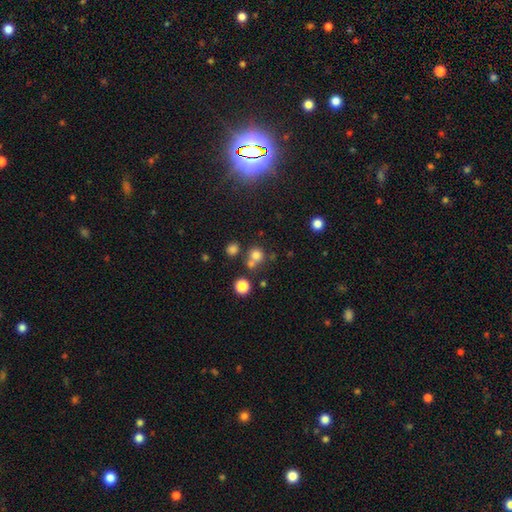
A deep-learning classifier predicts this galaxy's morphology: A smooth galaxy with no disk features (74%) that is round (87%). Merging: none (56%).